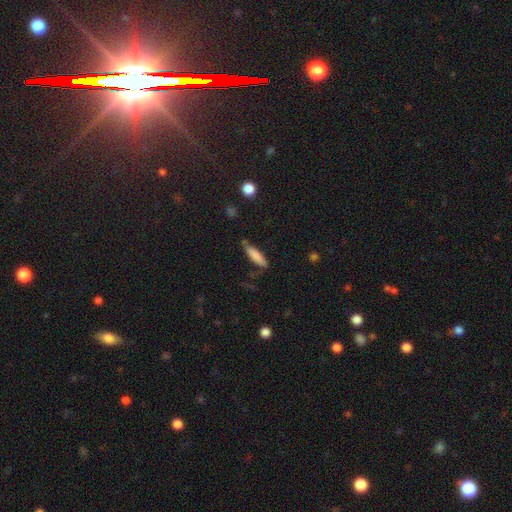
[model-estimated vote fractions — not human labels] Q: Smooth or featured?
A: smooth (81%); runner-up: featured or disk (12%)
Q: How rounded?
A: cigar-shaped (70%); runner-up: in between (28%)
Q: Merging?
A: none (67%); runner-up: minor disturbance (23%)